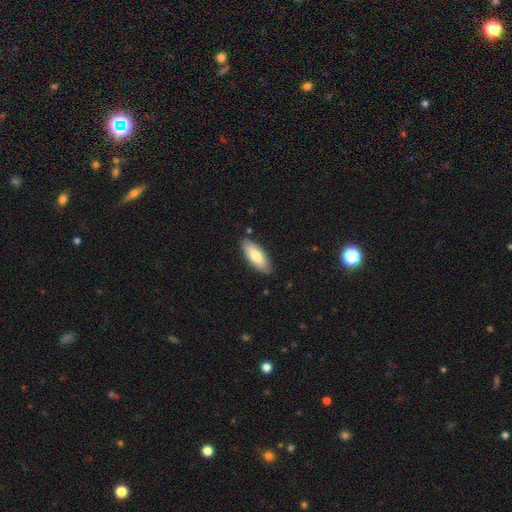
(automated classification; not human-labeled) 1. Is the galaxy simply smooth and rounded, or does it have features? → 75% smooth, 20% featured or disk, 5% star or artifact.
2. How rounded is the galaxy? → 78% in between, 20% cigar-shaped, 2% round.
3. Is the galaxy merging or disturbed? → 85% none, 11% minor disturbance, 2% major disturbance, 2% merger.